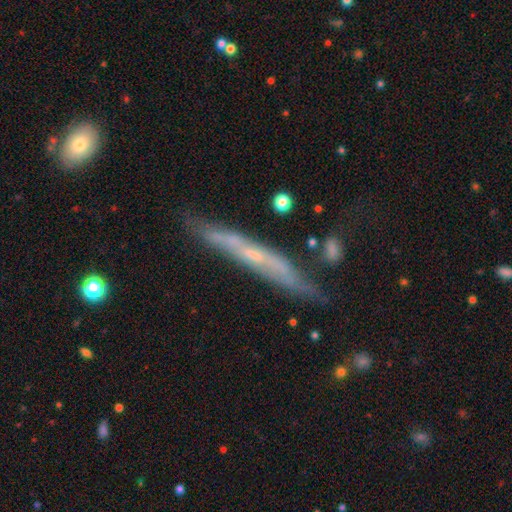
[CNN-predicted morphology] featured or disk 65%, smooth 28%, star or artifact 7%. Down the decision tree: edge-on disk — yes (79%); edge-on bulge — none (62%); merging — none (65%).